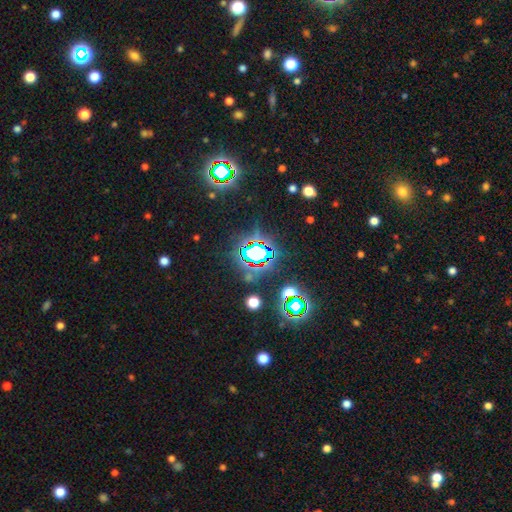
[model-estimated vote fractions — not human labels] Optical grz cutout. It shows a star or artifact, not a galaxy (73%).